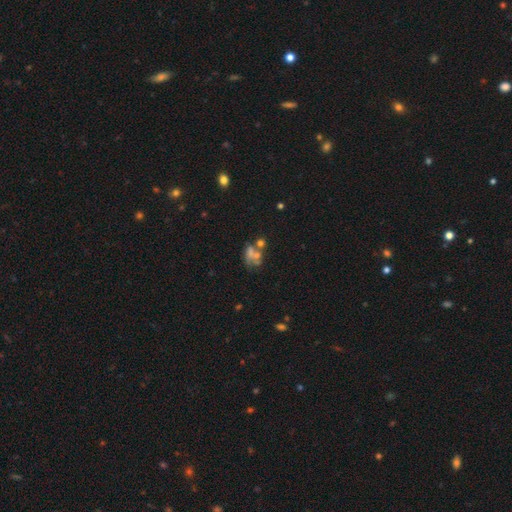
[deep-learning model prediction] This is marginally a featured or disk galaxy (38%). Merging: marginally merger (35%).